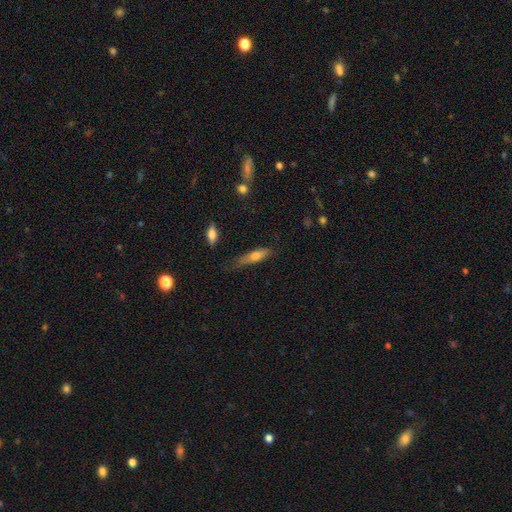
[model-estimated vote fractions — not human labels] Overall: smooth (63%; featured or disk 30%). How rounded: cigar-shaped (67%; in between 31%). Merging: none (62%; minor disturbance 28%).